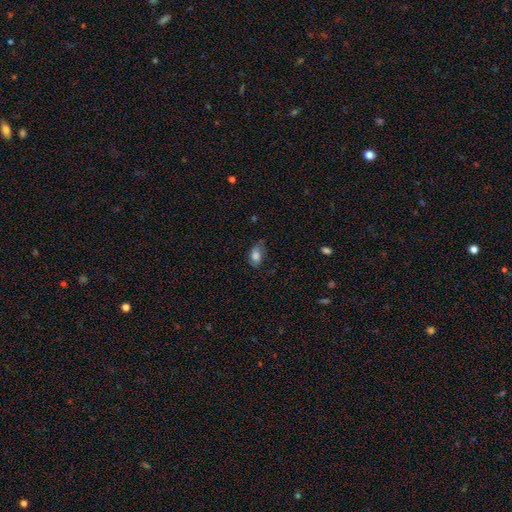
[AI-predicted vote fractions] Smooth or featured?
  - smooth: 76% *
  - featured or disk: 15%
  - star or artifact: 8%
How rounded?
  - in between: 87% *
  - round: 11%
  - cigar-shaped: 2%
Merging?
  - none: 60% *
  - minor disturbance: 29%
  - major disturbance: 9%
  - merger: 1%